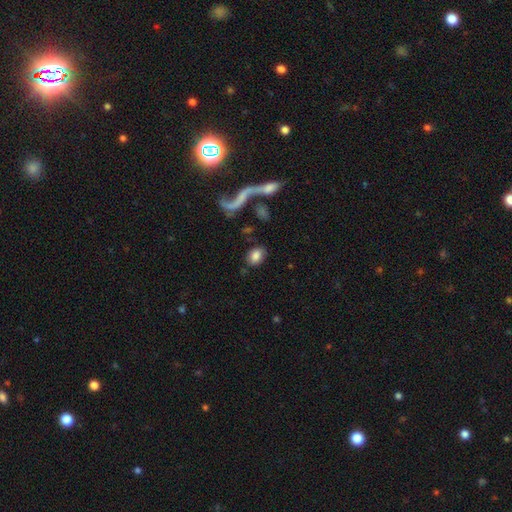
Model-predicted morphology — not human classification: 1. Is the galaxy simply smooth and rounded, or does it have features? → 78% smooth, 15% featured or disk, 8% star or artifact.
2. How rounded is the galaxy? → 76% in between, 22% round, 2% cigar-shaped.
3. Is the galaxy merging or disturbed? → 73% none, 13% minor disturbance, 7% major disturbance, 7% merger.